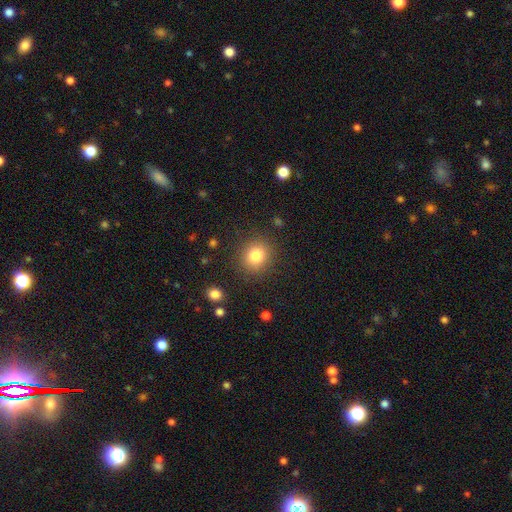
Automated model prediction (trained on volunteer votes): This is clearly a smooth galaxy (81%). How rounded: likely round (78%). Merging: clearly none (87%).